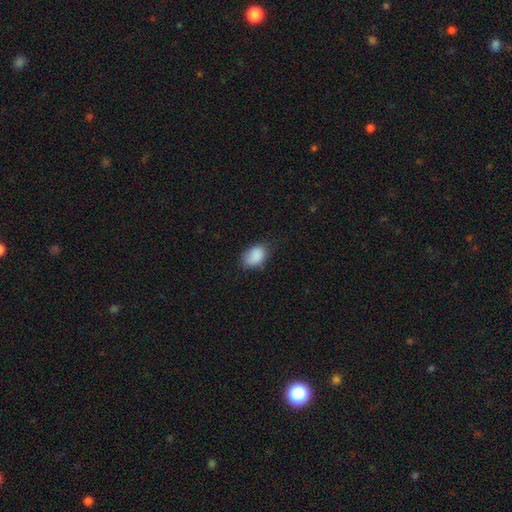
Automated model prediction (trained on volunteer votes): Smooth or featured? Predicted: smooth (p=0.88). How rounded? Predicted: in between (p=0.84). Merging? Predicted: none (p=0.67).